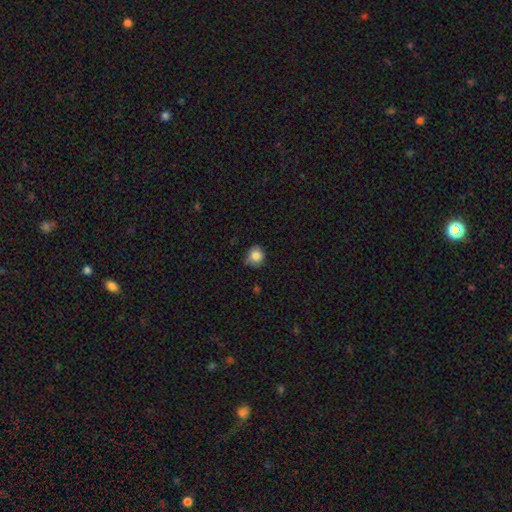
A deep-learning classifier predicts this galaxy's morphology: Q: Smooth or featured?
A: smooth (83%); runner-up: star or artifact (10%)
Q: How rounded?
A: round (81%); runner-up: in between (18%)
Q: Merging?
A: none (72%); runner-up: minor disturbance (23%)